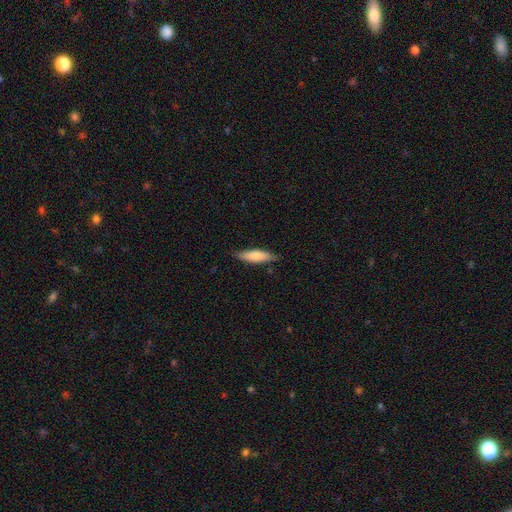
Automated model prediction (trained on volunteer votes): Q: Smooth or featured?
A: smooth (75%); runner-up: featured or disk (19%)
Q: How rounded?
A: cigar-shaped (60%); runner-up: in between (38%)
Q: Merging?
A: none (82%); runner-up: minor disturbance (14%)